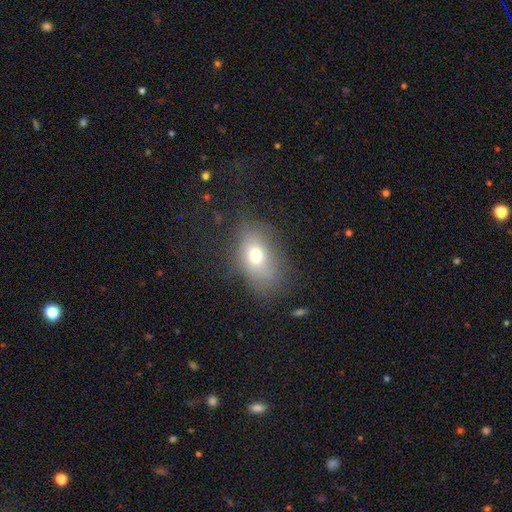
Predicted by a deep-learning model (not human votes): Smooth or featured: smooth — 69% (featured or disk — 16%)
How rounded: in between — 76% (round — 23%)
Merging: none — 69% (minor disturbance — 18%)